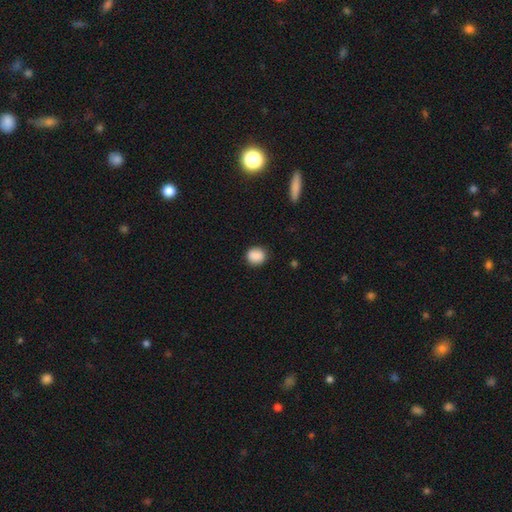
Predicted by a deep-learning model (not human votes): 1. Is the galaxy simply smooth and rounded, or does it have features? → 87% smooth, 8% star or artifact, 4% featured or disk.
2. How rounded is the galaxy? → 69% round, 30% in between, 1% cigar-shaped.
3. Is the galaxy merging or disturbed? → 84% none, 12% minor disturbance, 3% major disturbance, 1% merger.